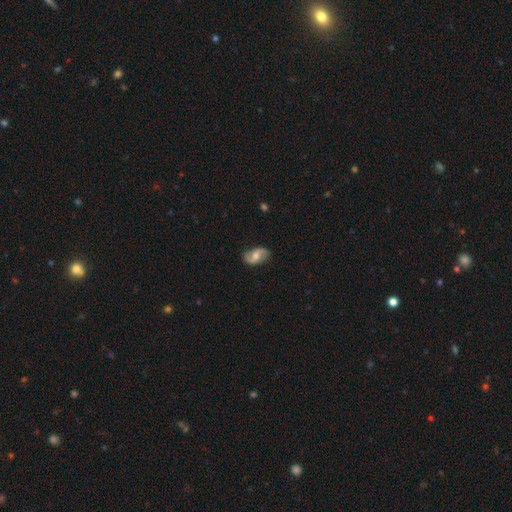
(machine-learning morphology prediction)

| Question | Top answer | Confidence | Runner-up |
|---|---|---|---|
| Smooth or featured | featured or disk | 67% | smooth (27%) |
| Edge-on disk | no | 96% | yes (4%) |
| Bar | no | 49% | weak (40%) |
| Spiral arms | yes | 89% | no (11%) |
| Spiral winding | loose | 48% | medium (37%) |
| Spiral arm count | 2 | 91% | can't tell (5%) |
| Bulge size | moderate | 70% | small (21%) |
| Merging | none | 82% | minor disturbance (14%) |